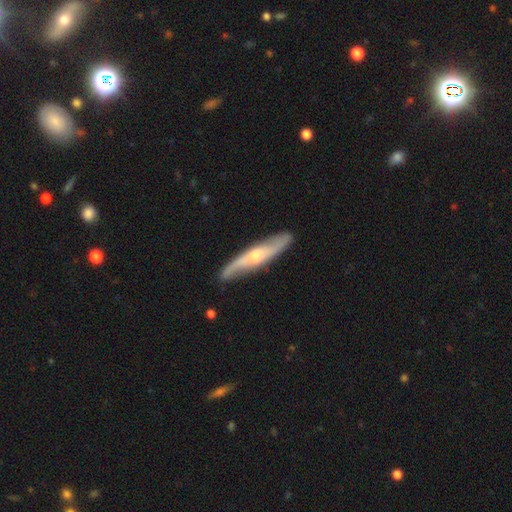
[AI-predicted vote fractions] A featured or disk galaxy (71%) viewed edge-on (53%). Merging: none (85%).